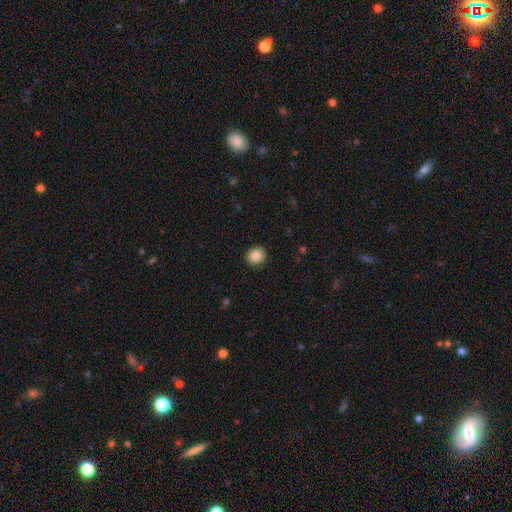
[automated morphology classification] A smooth galaxy with no disk features (87%) that is round (84%).

Vote fractions:
- Smooth or featured? smooth: 87% / star or artifact: 9% / featured or disk: 4%
- How rounded? round: 84% / in between: 15% / cigar-shaped: 1%
- Merging? none: 90% / minor disturbance: 7% / major disturbance: 2% / merger: 1%